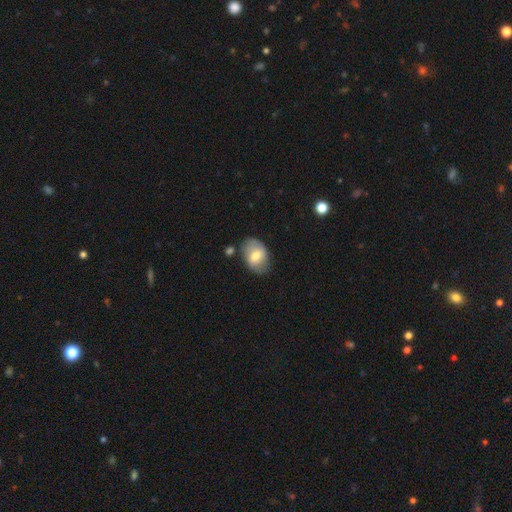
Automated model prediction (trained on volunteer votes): smooth 65%, featured or disk 28%, star or artifact 7%. Down the decision tree: how rounded — in between (82%); merging — none (70%).